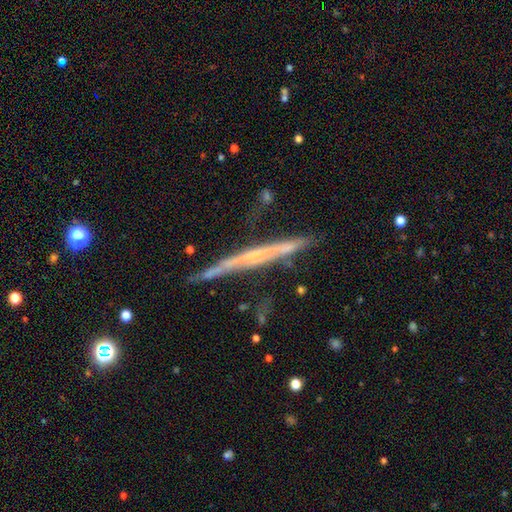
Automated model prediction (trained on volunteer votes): Smooth or featured?
  - featured or disk: 72% *
  - smooth: 21%
  - star or artifact: 7%
Edge-on disk?
  - yes: 96% *
  - no: 4%
Edge-on bulge?
  - none: 63% *
  - rounded: 28%
  - boxy: 9%
Merging?
  - none: 77% *
  - minor disturbance: 17%
  - major disturbance: 3%
  - merger: 3%